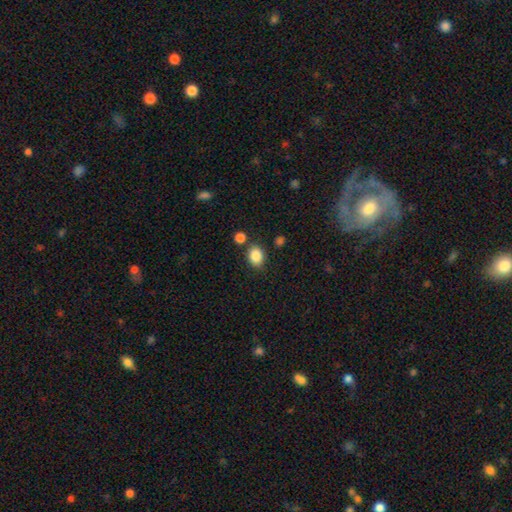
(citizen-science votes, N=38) Smooth or featured? smooth (92%)
How rounded? round (54%)
Merging? none (74%)